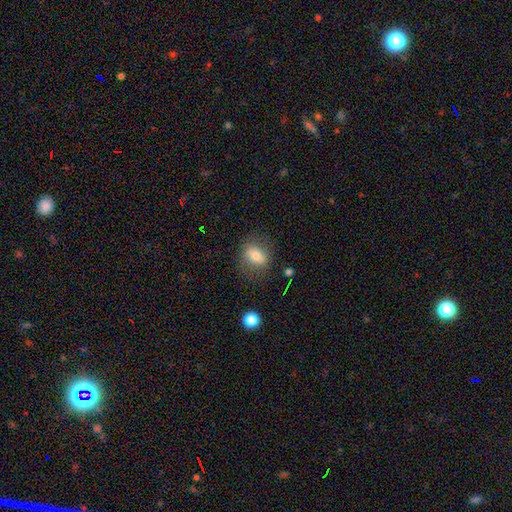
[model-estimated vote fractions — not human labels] smooth-or-featured: smooth: 71% | featured or disk: 19% | star or artifact: 9%
  how-rounded: in between: 64% | round: 34% | cigar-shaped: 2%
  merging: none: 72% | minor disturbance: 18% | major disturbance: 8% | merger: 2%